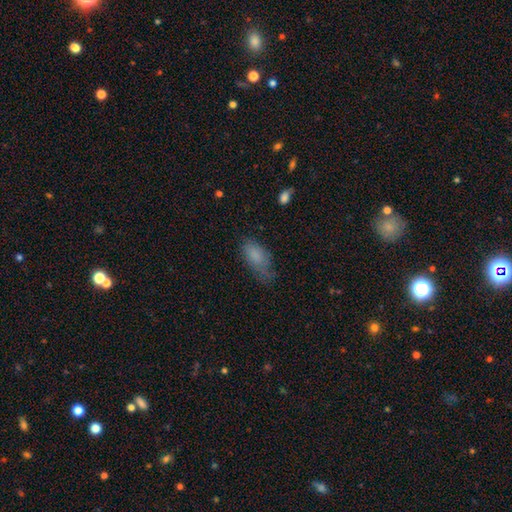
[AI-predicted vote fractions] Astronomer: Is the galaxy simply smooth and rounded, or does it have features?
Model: smooth — 78%.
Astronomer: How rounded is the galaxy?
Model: in between — 87%.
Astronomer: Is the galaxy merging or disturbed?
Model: none — 47% (runner-up: minor disturbance, 34%).